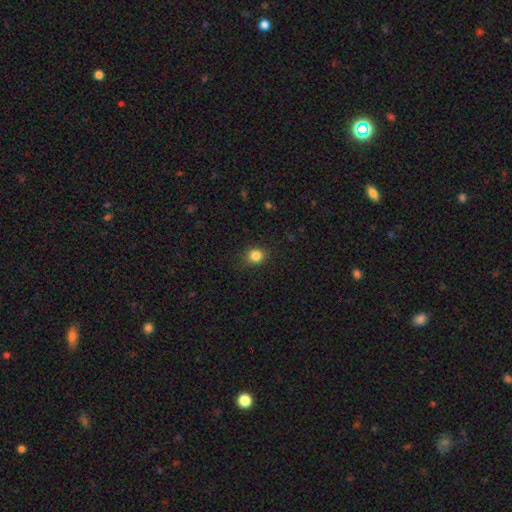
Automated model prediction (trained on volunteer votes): Smooth or featured?
  - smooth: 84% *
  - star or artifact: 12%
  - featured or disk: 4%
How rounded?
  - round: 82% *
  - in between: 17%
  - cigar-shaped: 1%
Merging?
  - none: 88% *
  - minor disturbance: 8%
  - major disturbance: 2%
  - merger: 1%